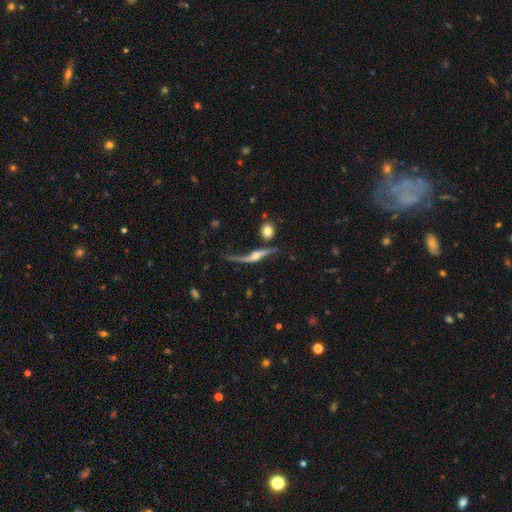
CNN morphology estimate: Overall: featured or disk (82%). Edge-on disk: yes (58%; no 42%). Merging: none (51%; minor disturbance 21%).